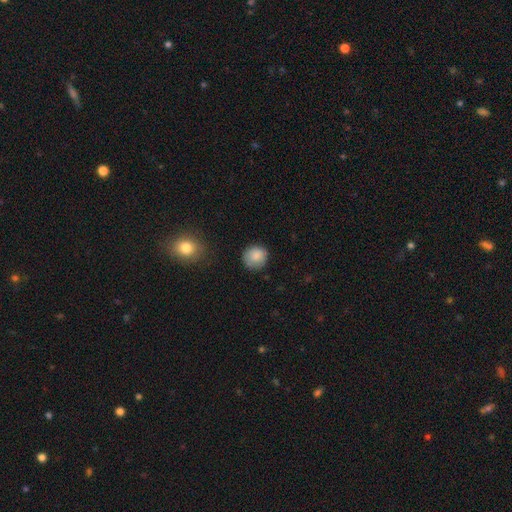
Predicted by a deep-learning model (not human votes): smooth-or-featured: smooth: 86% | star or artifact: 8% | featured or disk: 6%
  how-rounded: round: 88% | in between: 11% | cigar-shaped: 1%
  merging: none: 80% | minor disturbance: 15% | major disturbance: 3% | merger: 2%